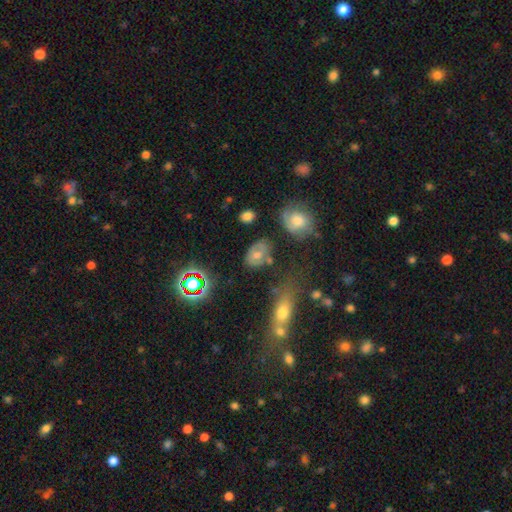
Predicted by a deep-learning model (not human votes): Smooth or featured? smooth (51%)
How rounded? in between (73%)
Merging? none (64%)